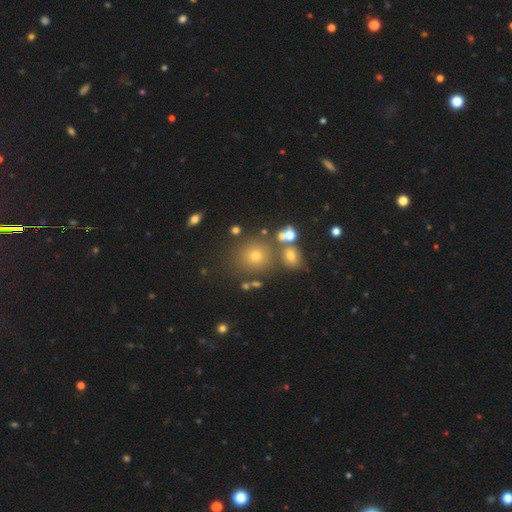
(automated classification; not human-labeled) smooth-or-featured: smooth: 60% | star or artifact: 27% | featured or disk: 13%
  how-rounded: round: 86% | in between: 13% | cigar-shaped: 1%
  merging: none: 72% | merger: 15% | minor disturbance: 9% | major disturbance: 4%